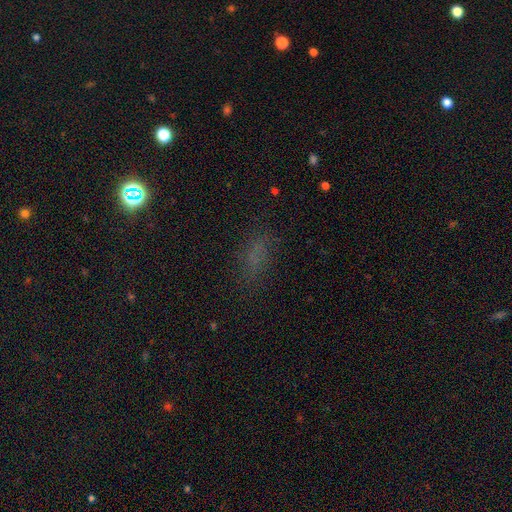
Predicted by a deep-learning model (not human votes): The model was most divided on "smooth or featured": smooth: 58%, star or artifact: 28%, featured or disk: 14%. More confident: how rounded — in between (76%); merging — none (72%).